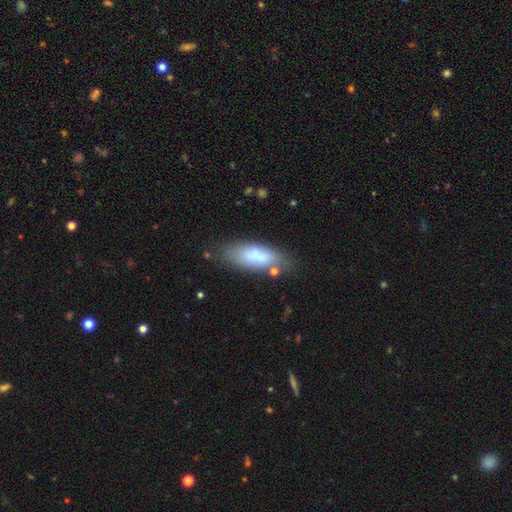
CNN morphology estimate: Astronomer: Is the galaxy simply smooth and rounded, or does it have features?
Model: smooth — 78%.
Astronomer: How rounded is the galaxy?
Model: in between — 72%.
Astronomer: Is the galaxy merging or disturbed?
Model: none — 72%.